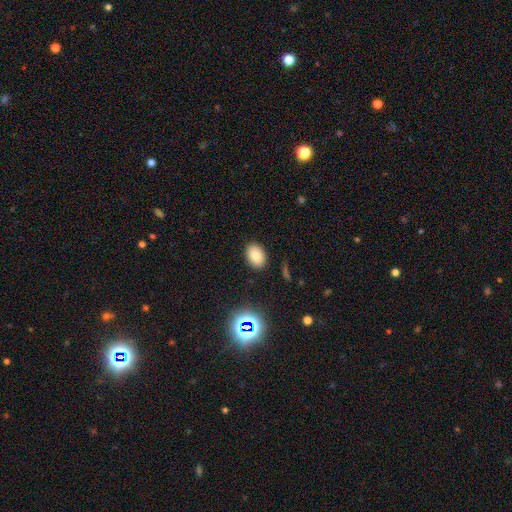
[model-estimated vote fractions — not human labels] Smooth or featured? Predicted: smooth (p=0.79). How rounded? Predicted: in between (p=0.75). Merging? Predicted: none (p=0.87).